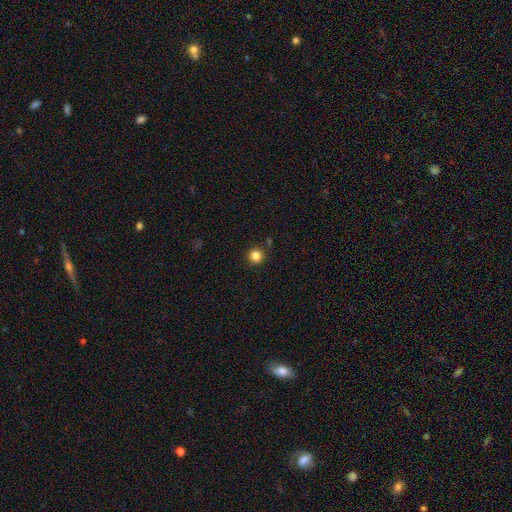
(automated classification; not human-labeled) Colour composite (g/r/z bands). It shows a smooth galaxy with no disk features (84%) that is round (95%). Merging: none (89%).